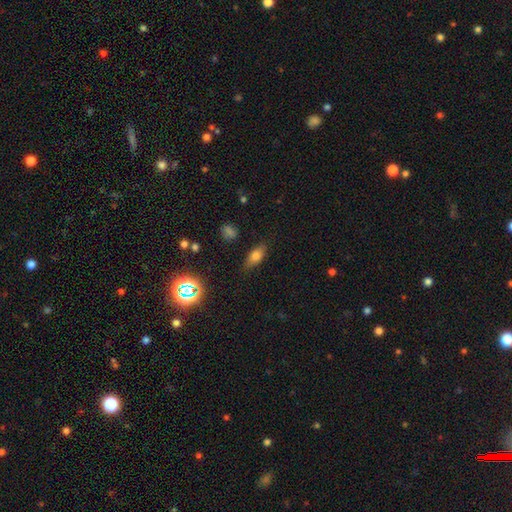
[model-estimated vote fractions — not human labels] Smooth or featured: smooth — 73% (featured or disk — 14%)
How rounded: in between — 81% (cigar-shaped — 12%)
Merging: none — 79% (minor disturbance — 15%)